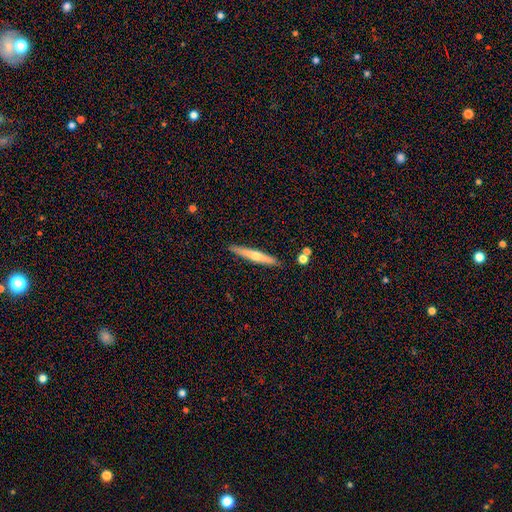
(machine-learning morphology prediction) A smooth galaxy with no disk features (48%).

Vote fractions:
- Smooth or featured? smooth: 48% / featured or disk: 46% / star or artifact: 6%
- Merging? none: 89% / minor disturbance: 8% / merger: 2% / major disturbance: 2%